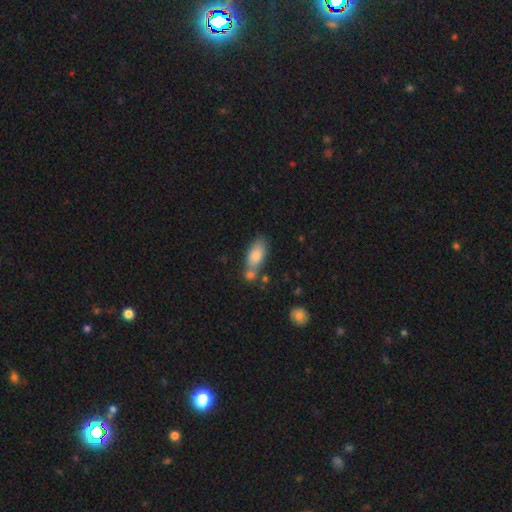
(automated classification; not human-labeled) A smooth galaxy with no disk features (82%) that is in between round and cigar-shaped (84%).

Vote fractions:
- Smooth or featured? smooth: 82% / featured or disk: 11% / star or artifact: 7%
- How rounded? in between: 84% / cigar-shaped: 13% / round: 4%
- Merging? none: 48% / merger: 29% / minor disturbance: 17% / major disturbance: 6%